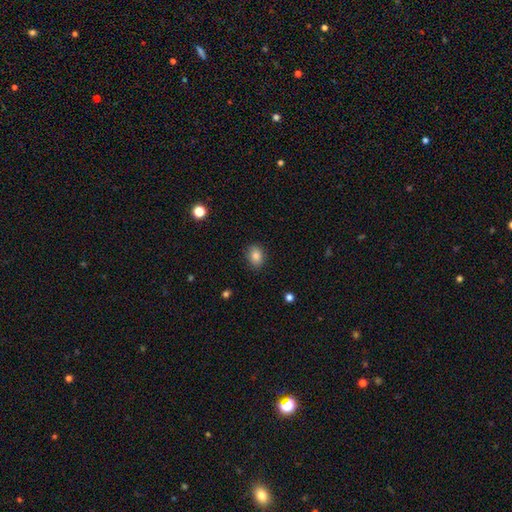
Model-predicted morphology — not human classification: smooth 86%, star or artifact 9%, featured or disk 5%. Down the decision tree: how rounded — in between (61%); merging — none (87%).